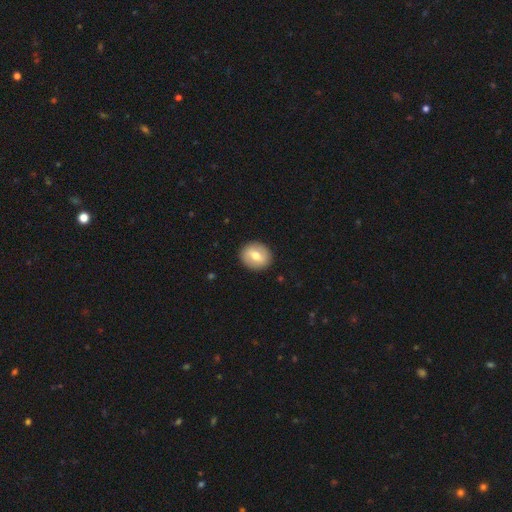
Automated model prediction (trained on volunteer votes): Smooth or featured: smooth — 61% (featured or disk — 32%)
How rounded: round — 78% (in between — 21%)
Merging: none — 90% (minor disturbance — 7%)